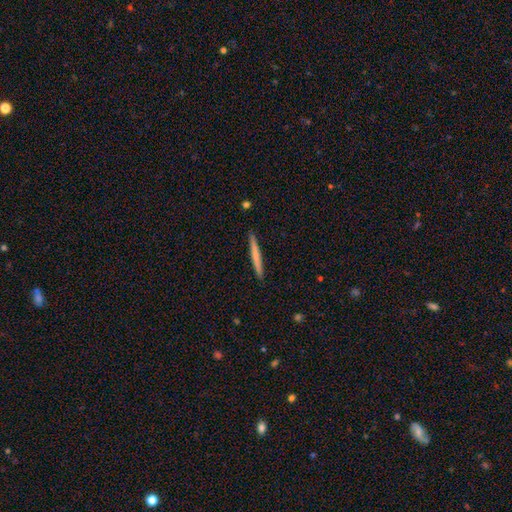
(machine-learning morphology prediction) smooth 61%, featured or disk 34%, star or artifact 5%. Down the decision tree: how rounded — cigar-shaped (97%); merging — none (92%).